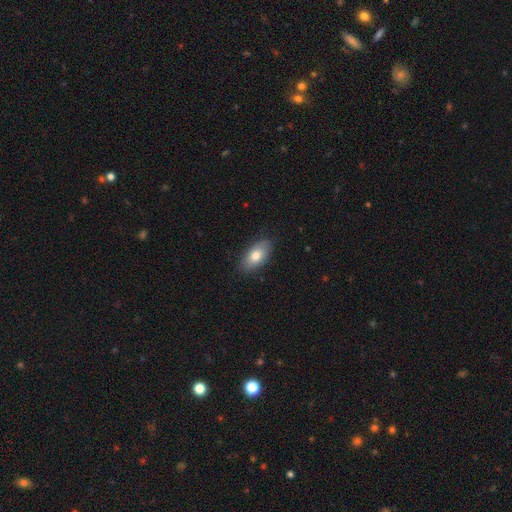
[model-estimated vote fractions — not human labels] Smooth or featured: smooth — 76% (featured or disk — 17%)
How rounded: in between — 92% (round — 4%)
Merging: none — 84% (minor disturbance — 12%)